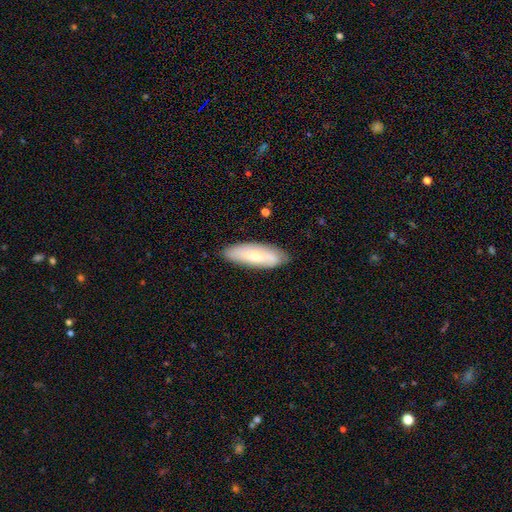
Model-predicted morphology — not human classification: smooth_or_featured: smooth (p=0.59) [alt: featured or disk p=0.34]
how_rounded: in between (p=0.54) [alt: cigar-shaped p=0.44]
merging: none (p=0.81) [alt: minor disturbance p=0.15]